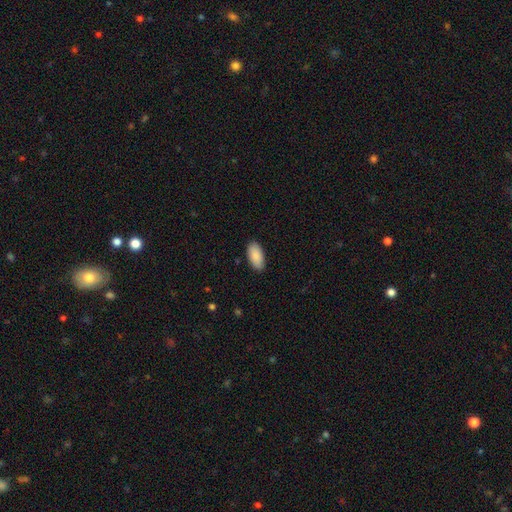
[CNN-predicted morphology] Smooth or featured? Predicted: smooth (p=0.90). How rounded? Predicted: in between (p=0.94). Merging? Predicted: none (p=0.88).